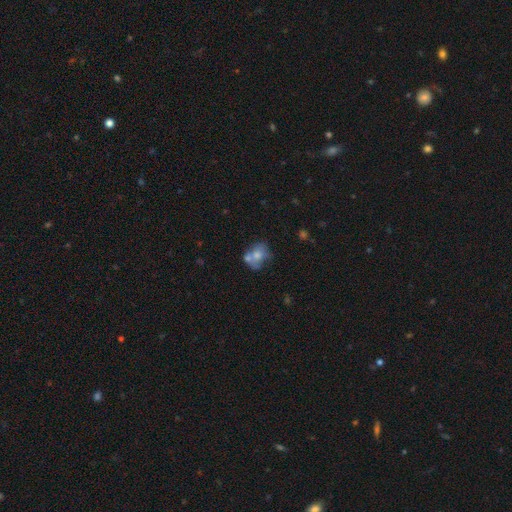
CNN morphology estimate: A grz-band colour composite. It shows a smooth galaxy with no disk features (63%) that is in between round and cigar-shaped (50%). Merging: merger (40%).